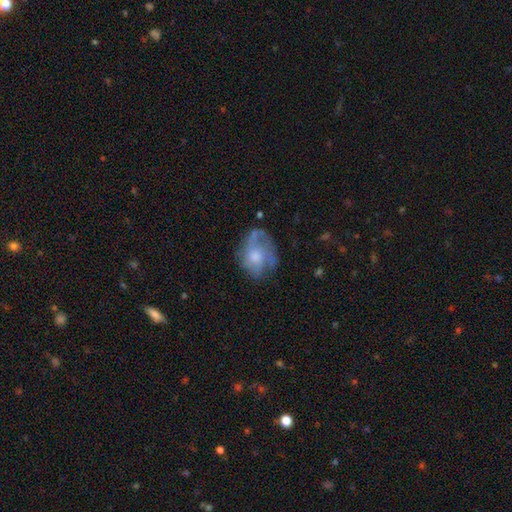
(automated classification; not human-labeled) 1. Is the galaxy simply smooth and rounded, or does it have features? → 53% featured or disk, 38% smooth, 9% star or artifact.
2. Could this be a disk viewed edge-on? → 96% no, 4% yes.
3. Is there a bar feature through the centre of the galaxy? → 82% no, 16% weak, 2% strong.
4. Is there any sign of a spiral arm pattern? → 61% yes, 39% no.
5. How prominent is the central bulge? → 52% moderate, 29% small, 10% large, 7% none, 2% dominant.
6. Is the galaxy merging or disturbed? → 52% none, 26% minor disturbance, 20% major disturbance, 2% merger.